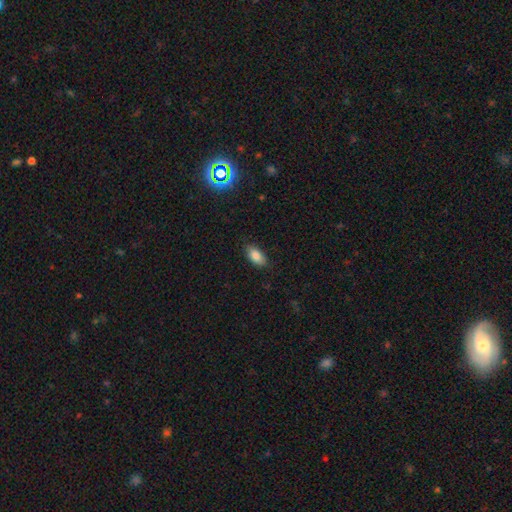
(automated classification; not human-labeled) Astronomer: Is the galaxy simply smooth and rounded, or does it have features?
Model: smooth — 85%.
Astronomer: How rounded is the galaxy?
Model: in between — 92%.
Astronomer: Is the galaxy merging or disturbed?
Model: none — 84%.